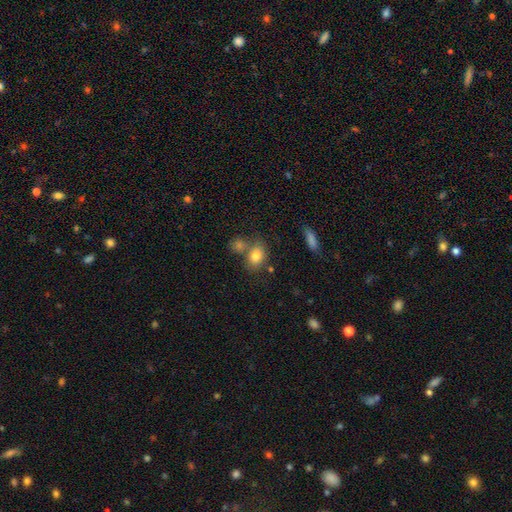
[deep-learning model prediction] Smooth or featured?
  - smooth: 80% *
  - featured or disk: 10%
  - star or artifact: 10%
How rounded?
  - in between: 66% *
  - round: 32%
  - cigar-shaped: 2%
Merging?
  - none: 55% *
  - merger: 27%
  - minor disturbance: 13%
  - major disturbance: 5%